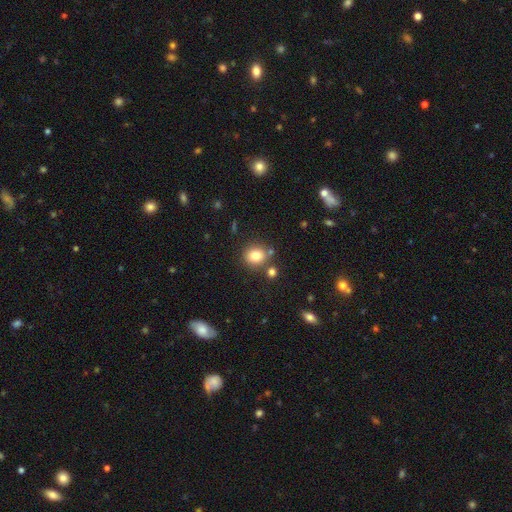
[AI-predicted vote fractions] smooth 80%, star or artifact 12%, featured or disk 8%. Down the decision tree: how rounded — round (78%); merging — none (76%).